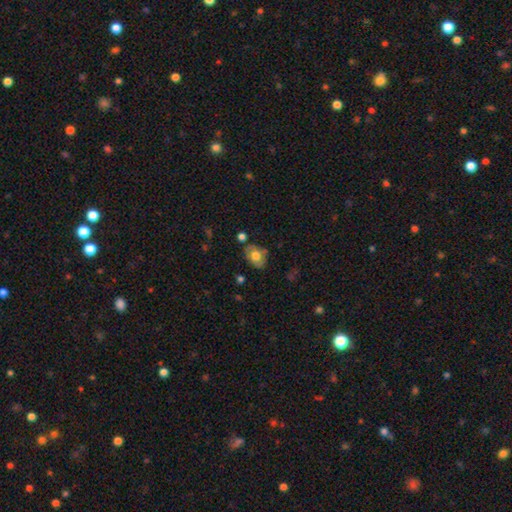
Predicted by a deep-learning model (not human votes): A smooth galaxy with no disk features (68%) that is in between round and cigar-shaped (75%). Merging: none (69%).